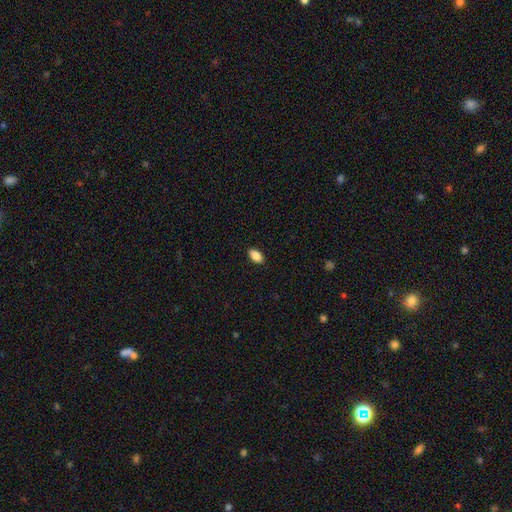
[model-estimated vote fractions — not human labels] smooth_or_featured: smooth (p=0.88) [alt: star or artifact p=0.08]
how_rounded: in between (p=0.92) [alt: round p=0.05]
merging: none (p=0.90) [alt: minor disturbance p=0.08]